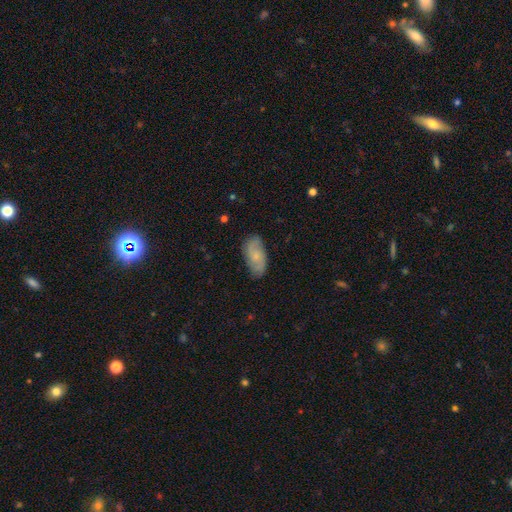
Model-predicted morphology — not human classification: A smooth galaxy with no disk features (48%).

Vote fractions:
- Smooth or featured? smooth: 48% / featured or disk: 45% / star or artifact: 7%
- Merging? none: 79% / minor disturbance: 17% / major disturbance: 3% / merger: 1%